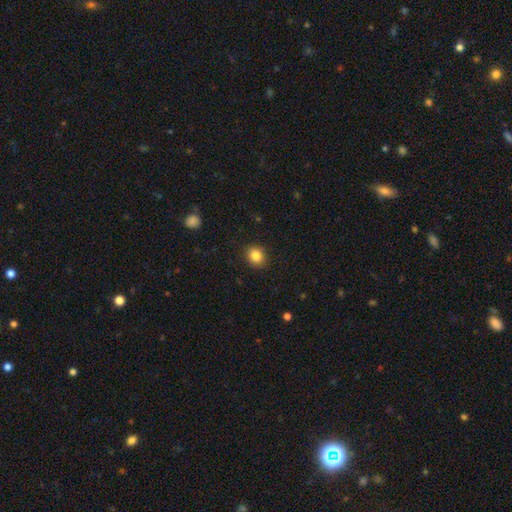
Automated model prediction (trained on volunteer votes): The model was most divided on "how rounded": round: 70%, in between: 29%, cigar-shaped: 1%. More confident: merging — none (90%); smooth or featured — smooth (85%).